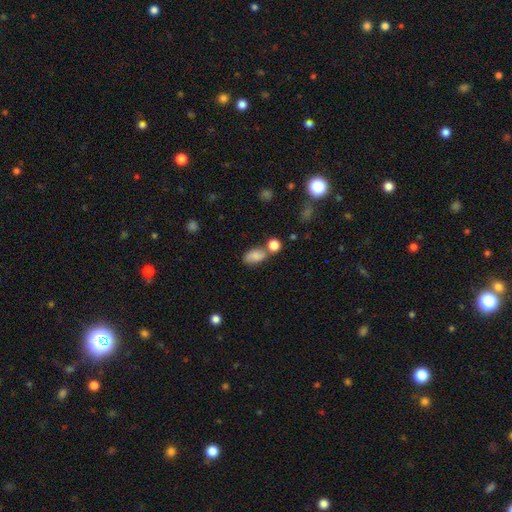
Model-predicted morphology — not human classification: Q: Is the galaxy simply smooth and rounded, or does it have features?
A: smooth — 77%.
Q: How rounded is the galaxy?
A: in between — 86%.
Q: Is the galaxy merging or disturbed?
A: none — 48%.